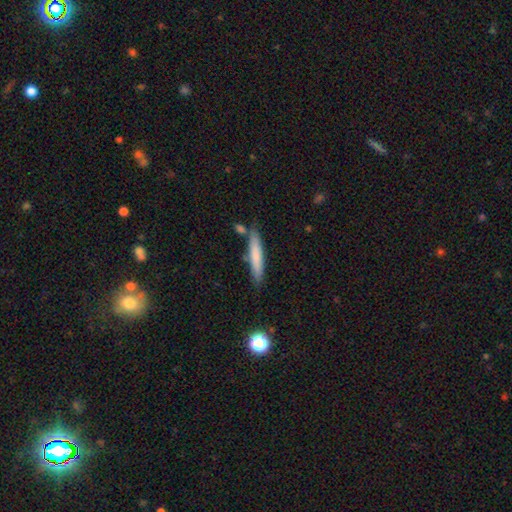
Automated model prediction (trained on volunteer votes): smooth_or_featured: smooth (p=0.73) [alt: featured or disk p=0.21]
how_rounded: cigar-shaped (p=0.91) [alt: in between p=0.08]
merging: none (p=0.78) [alt: minor disturbance p=0.13]